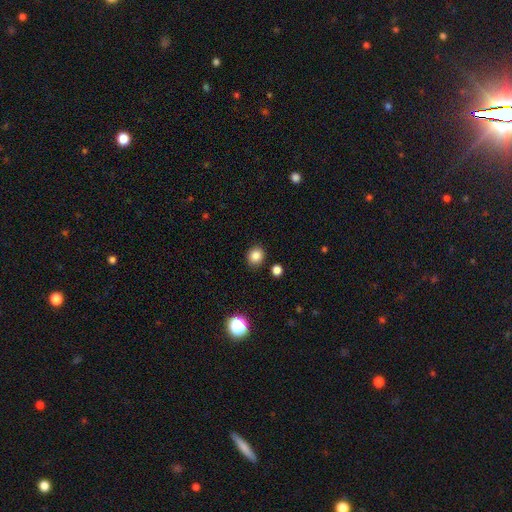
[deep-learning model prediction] A smooth galaxy with no disk features (85%) that is round (81%). Merging: none (87%).